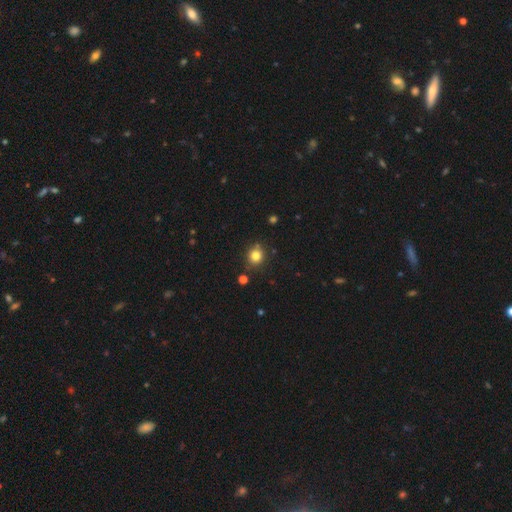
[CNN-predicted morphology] A smooth galaxy with no disk features (81%) that is round (81%).

Vote fractions:
- Smooth or featured? smooth: 81% / star or artifact: 13% / featured or disk: 6%
- How rounded? round: 81% / in between: 18% / cigar-shaped: 1%
- Merging? none: 82% / minor disturbance: 11% / merger: 5% / major disturbance: 3%